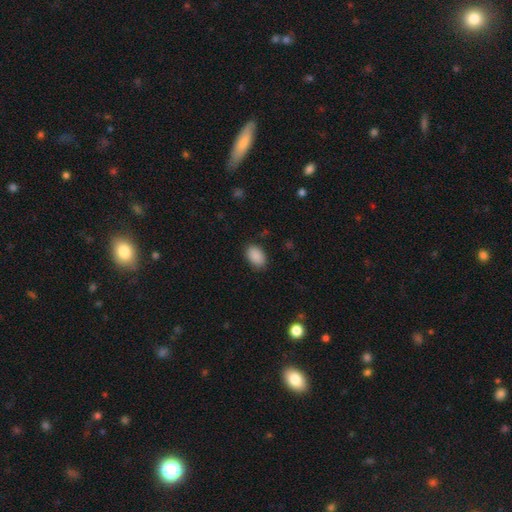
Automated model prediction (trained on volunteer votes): smooth-or-featured: smooth: 90% | star or artifact: 7% | featured or disk: 3%
  how-rounded: in between: 89% | round: 10% | cigar-shaped: 1%
  merging: none: 85% | minor disturbance: 11% | major disturbance: 3% | merger: 1%